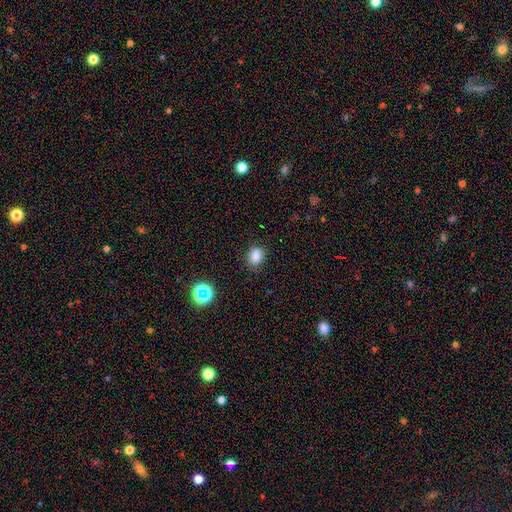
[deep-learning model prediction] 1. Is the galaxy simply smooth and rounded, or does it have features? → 81% smooth, 14% star or artifact, 5% featured or disk.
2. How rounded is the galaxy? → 64% in between, 35% round, 1% cigar-shaped.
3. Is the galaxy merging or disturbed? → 80% none, 15% minor disturbance, 4% major disturbance, 2% merger.